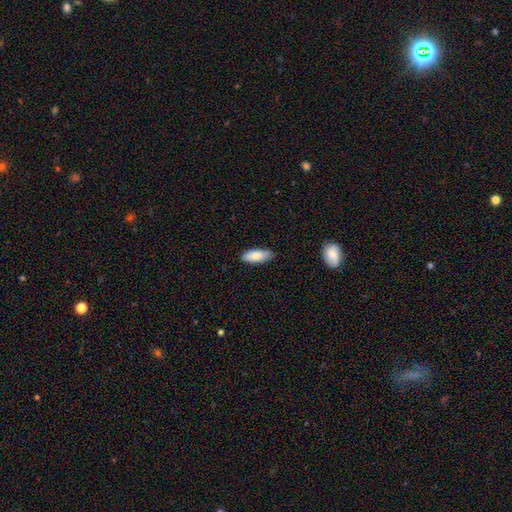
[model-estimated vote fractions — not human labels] smooth-or-featured: smooth: 82% | featured or disk: 12% | star or artifact: 6%
  how-rounded: in between: 80% | cigar-shaped: 18% | round: 2%
  merging: none: 84% | minor disturbance: 13% | major disturbance: 2% | merger: 1%